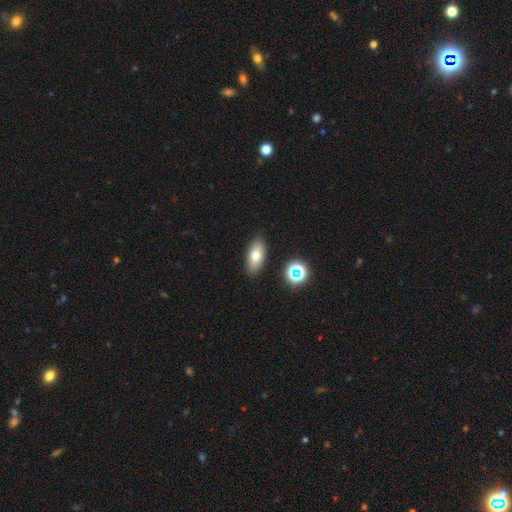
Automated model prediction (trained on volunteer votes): Smooth or featured?
  - smooth: 72% *
  - featured or disk: 17%
  - star or artifact: 10%
How rounded?
  - in between: 87% *
  - cigar-shaped: 7%
  - round: 6%
Merging?
  - none: 87% *
  - minor disturbance: 8%
  - major disturbance: 2%
  - merger: 2%